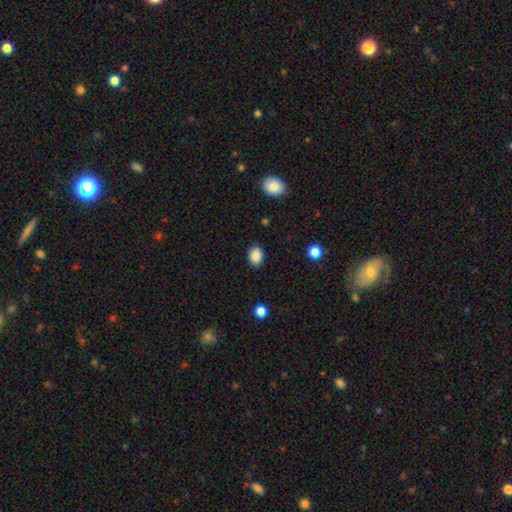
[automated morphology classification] Smooth or featured? Predicted: smooth (p=0.88). How rounded? Predicted: in between (p=0.68). Merging? Predicted: none (p=0.86).